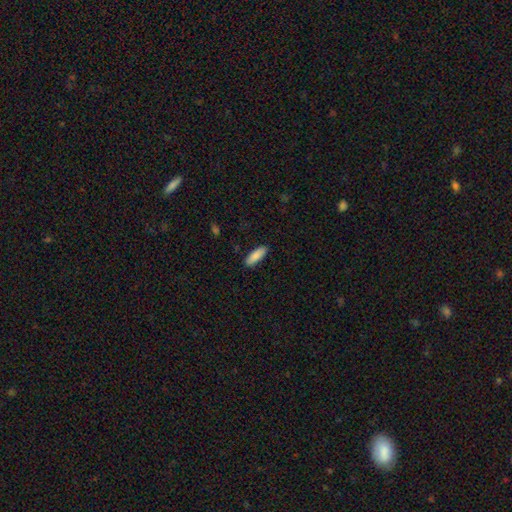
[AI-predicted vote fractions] Q: Smooth or featured?
A: smooth (89%); runner-up: star or artifact (6%)
Q: How rounded?
A: in between (58%); runner-up: cigar-shaped (40%)
Q: Merging?
A: none (89%); runner-up: minor disturbance (8%)